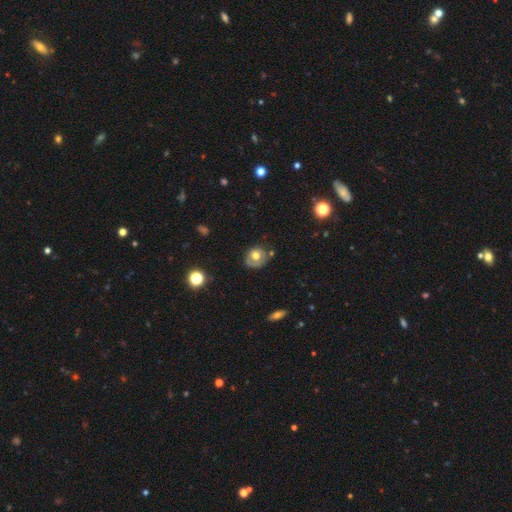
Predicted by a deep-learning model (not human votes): Smooth or featured?
  - smooth: 57% *
  - featured or disk: 33%
  - star or artifact: 10%
How rounded?
  - round: 72% *
  - in between: 27%
  - cigar-shaped: 1%
Merging?
  - none: 63% *
  - minor disturbance: 24%
  - major disturbance: 8%
  - merger: 5%